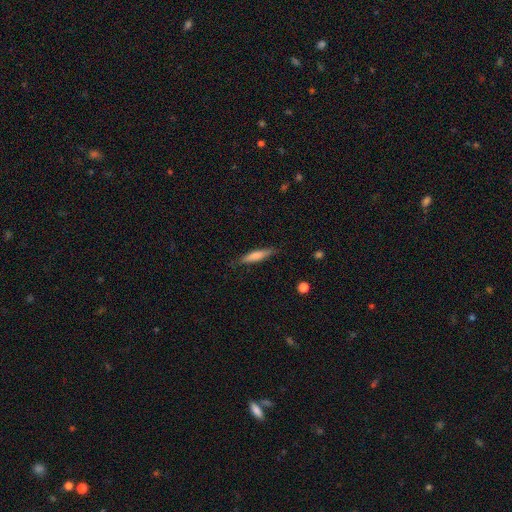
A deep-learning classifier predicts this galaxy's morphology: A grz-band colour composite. It shows a smooth galaxy with no disk features (71%) that is cigar-shaped (83%). Merging: none (82%).